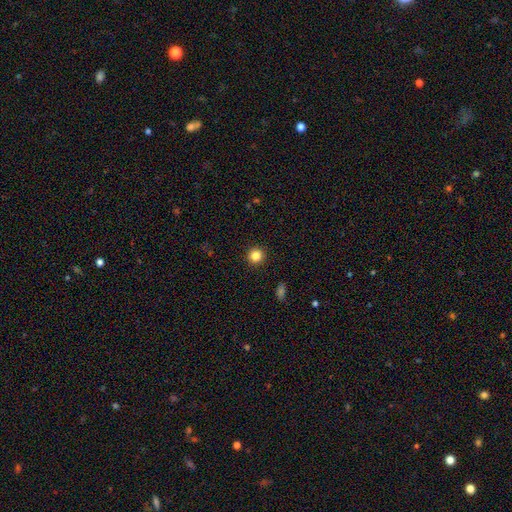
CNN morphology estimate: A smooth galaxy with no disk features (84%) that is round (94%). Merging: none (93%).